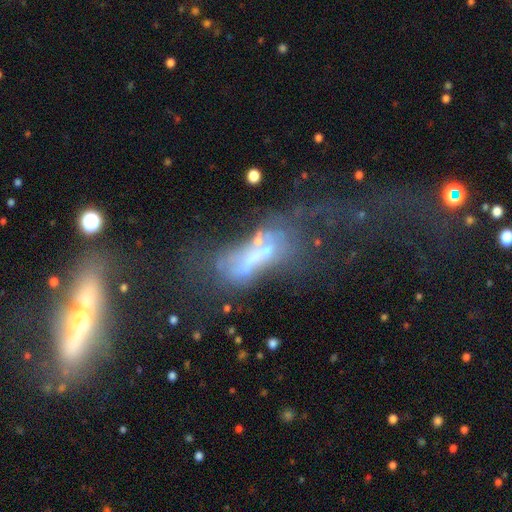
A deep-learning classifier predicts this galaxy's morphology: Q: Smooth or featured?
A: featured or disk (51%); runner-up: smooth (30%)
Q: Edge-on disk?
A: no (80%); runner-up: yes (20%)
Q: Merging?
A: major disturbance (44%); runner-up: merger (24%)